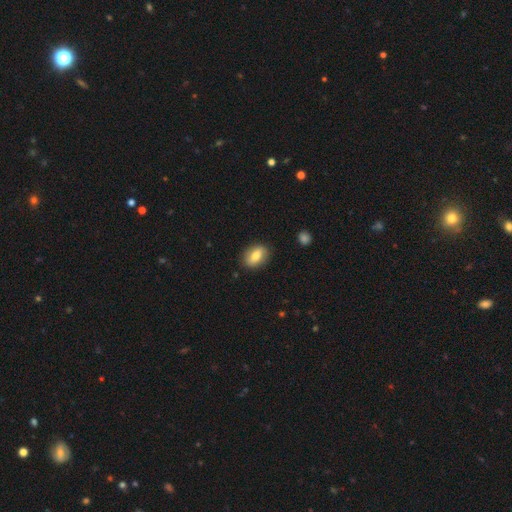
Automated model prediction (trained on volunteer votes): smooth_or_featured: smooth (p=0.70) [alt: featured or disk p=0.23]
how_rounded: in between (p=0.82) [alt: round p=0.15]
merging: none (p=0.84) [alt: minor disturbance p=0.12]